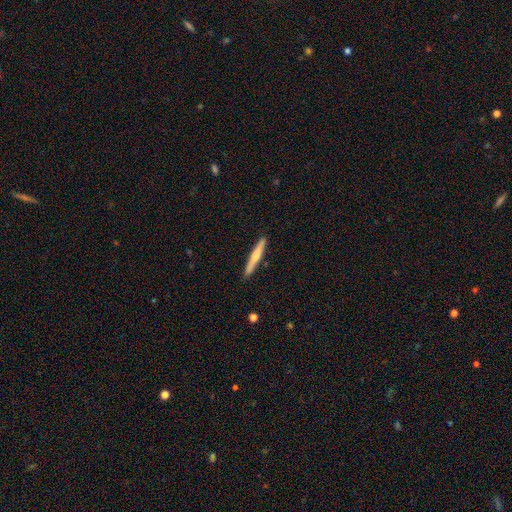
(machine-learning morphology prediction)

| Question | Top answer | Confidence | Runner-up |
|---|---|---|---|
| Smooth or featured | smooth | 52% | featured or disk (43%) |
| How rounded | cigar-shaped | 95% | in between (3%) |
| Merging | none | 90% | minor disturbance (7%) |